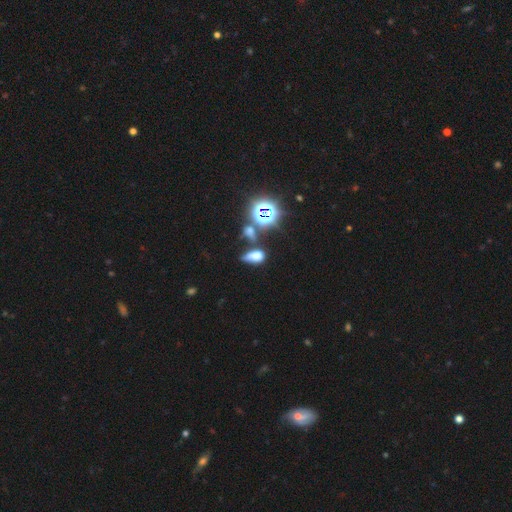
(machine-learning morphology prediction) Q: Smooth or featured?
A: smooth (57%); runner-up: star or artifact (30%)
Q: How rounded?
A: in between (80%); runner-up: round (13%)
Q: Merging?
A: none (36%); runner-up: merger (24%)